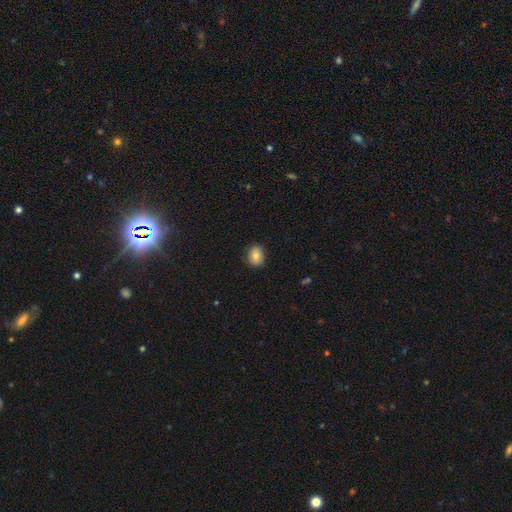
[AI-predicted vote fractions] Smooth or featured? smooth (80%)
How rounded? in between (50%)
Merging? none (84%)